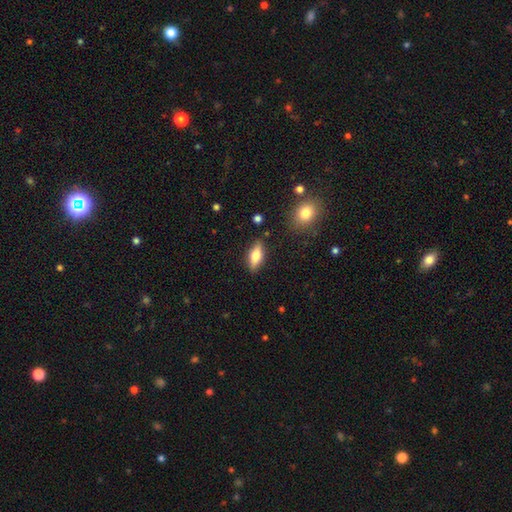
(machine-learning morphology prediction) Overall: smooth (65%; featured or disk 28%). How rounded: in between (70%). Merging: none (85%).